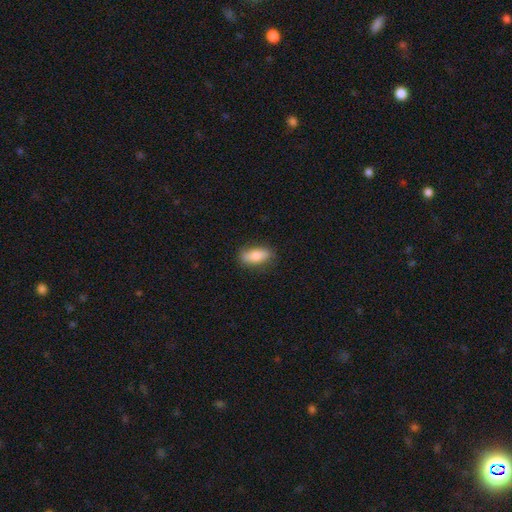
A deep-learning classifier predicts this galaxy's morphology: smooth 79%, featured or disk 14%, star or artifact 7%. Down the decision tree: how rounded — in between (84%); merging — none (81%).